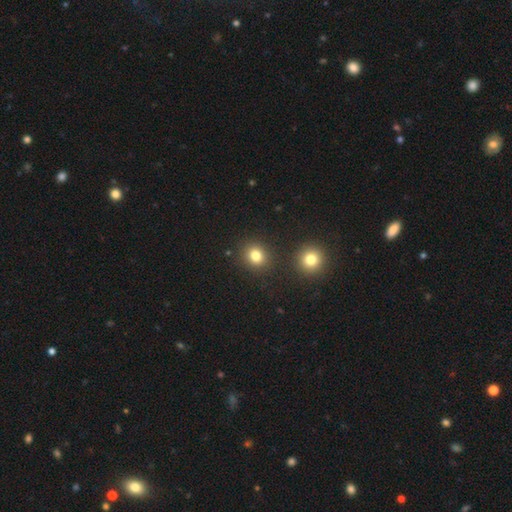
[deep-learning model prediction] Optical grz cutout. It shows a smooth galaxy with no disk features (80%) that is round (80%). Merging: none (85%).